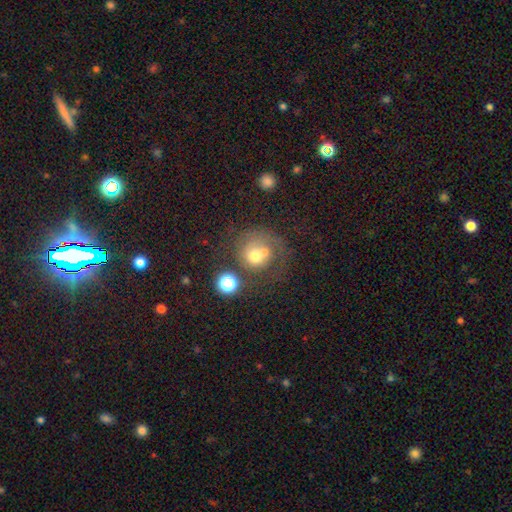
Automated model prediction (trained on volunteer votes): This appears to be a smooth galaxy with no disk features (56%) that is round (85%). Merging: merger (36%).